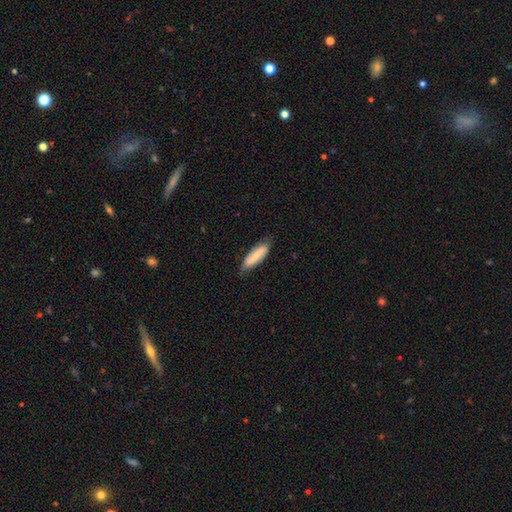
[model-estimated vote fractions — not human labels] A smooth galaxy with no disk features (70%) that is in between round and cigar-shaped (51%).

Vote fractions:
- Smooth or featured? smooth: 70% / featured or disk: 24% / star or artifact: 6%
- How rounded? in between: 51% / cigar-shaped: 47% / round: 2%
- Merging? none: 73% / minor disturbance: 22% / major disturbance: 4% / merger: 1%